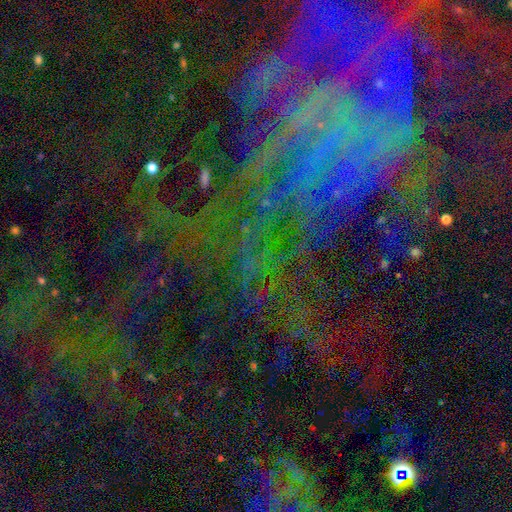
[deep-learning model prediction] This appears to be a star or artifact, not a galaxy (60%).